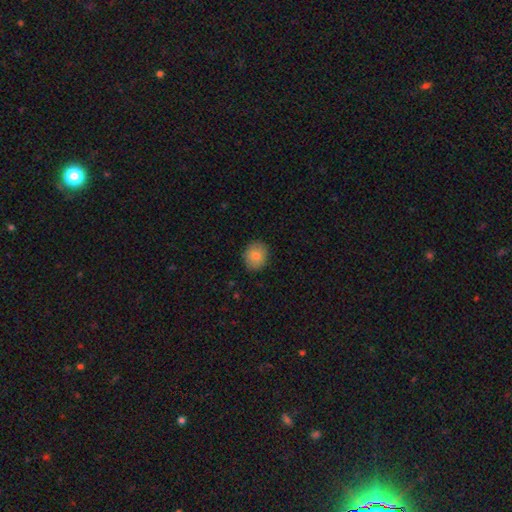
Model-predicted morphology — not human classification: This is clearly a smooth galaxy (82%). How rounded: likely round (67%). Merging: clearly none (88%).